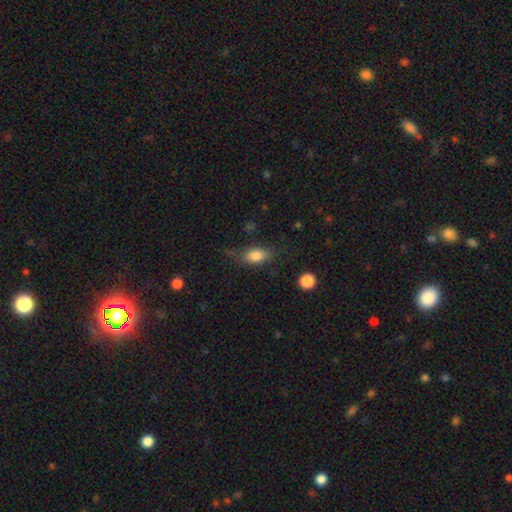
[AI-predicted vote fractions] Smooth or featured? Predicted: smooth (p=0.78). How rounded? Predicted: in between (p=0.82). Merging? Predicted: none (p=0.67).